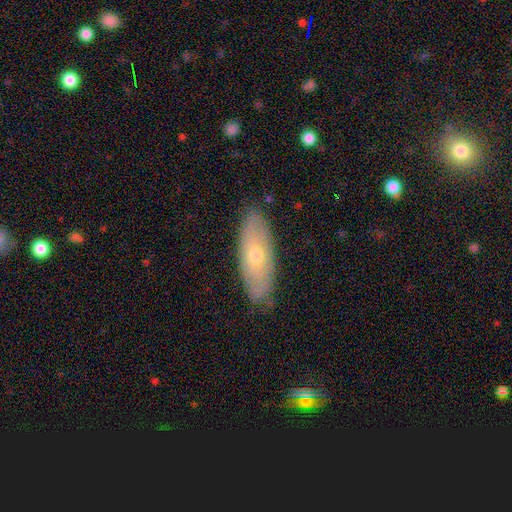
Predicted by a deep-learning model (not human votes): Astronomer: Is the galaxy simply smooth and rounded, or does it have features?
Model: smooth — 52% (runner-up: featured or disk, 41%).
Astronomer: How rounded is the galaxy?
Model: in between — 66%.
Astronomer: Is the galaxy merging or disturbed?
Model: none — 83%.